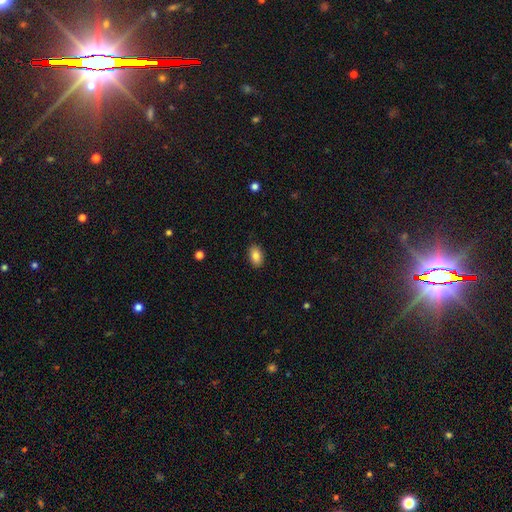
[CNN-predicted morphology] smooth-or-featured: smooth: 84% | star or artifact: 8% | featured or disk: 8%
  how-rounded: in between: 90% | round: 9% | cigar-shaped: 2%
  merging: none: 89% | minor disturbance: 8% | major disturbance: 2% | merger: 1%